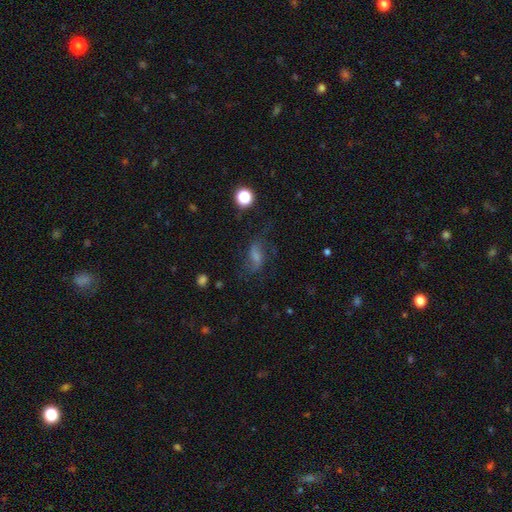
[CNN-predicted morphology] Smooth or featured? Predicted: featured or disk (p=0.48). Merging? Predicted: none (p=0.54).